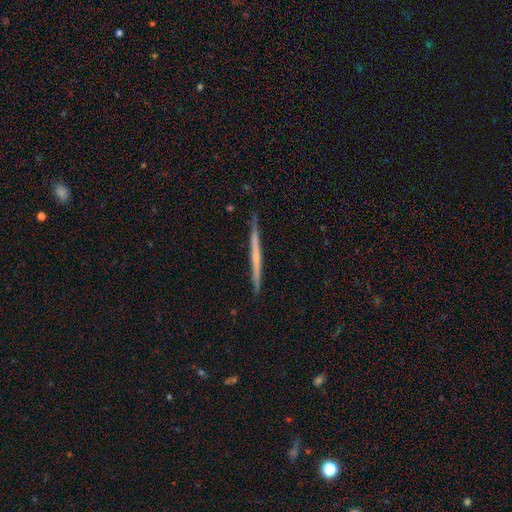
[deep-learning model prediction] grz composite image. It shows a featured or disk galaxy (53%) viewed edge-on (98%) with no central bulge (89%). Merging: none (90%).